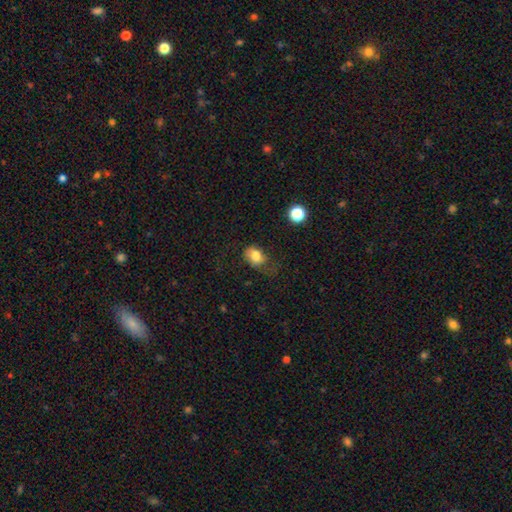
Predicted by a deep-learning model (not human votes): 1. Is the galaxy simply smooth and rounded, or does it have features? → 76% smooth, 15% featured or disk, 9% star or artifact.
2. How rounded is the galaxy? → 66% in between, 33% round, 1% cigar-shaped.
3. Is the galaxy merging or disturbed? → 41% none, 32% minor disturbance, 24% major disturbance, 2% merger.